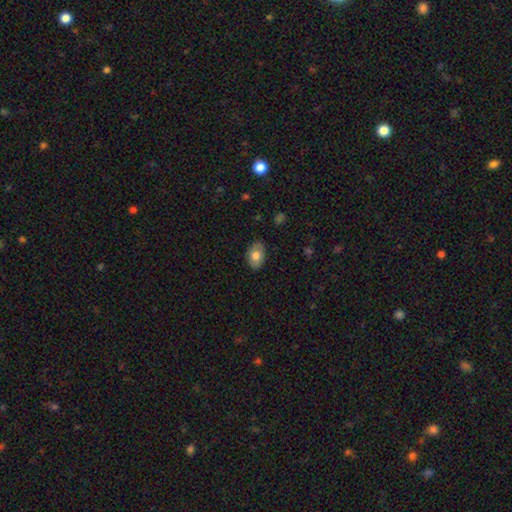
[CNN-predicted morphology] This appears to be a smooth galaxy with no disk features (78%) that is in between round and cigar-shaped (86%). Merging: none (84%).